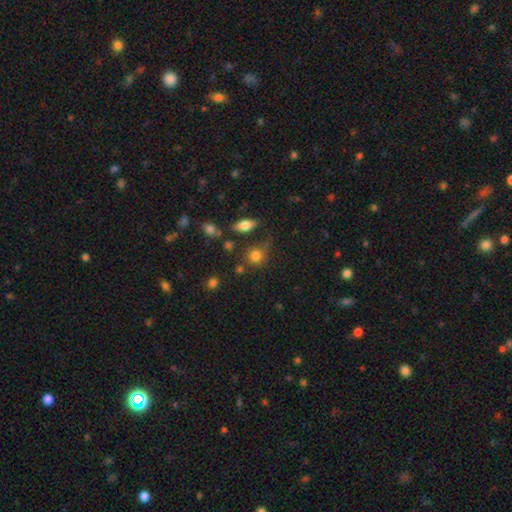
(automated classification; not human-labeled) Overall: smooth (80%). How rounded: round (77%). Merging: none (62%).